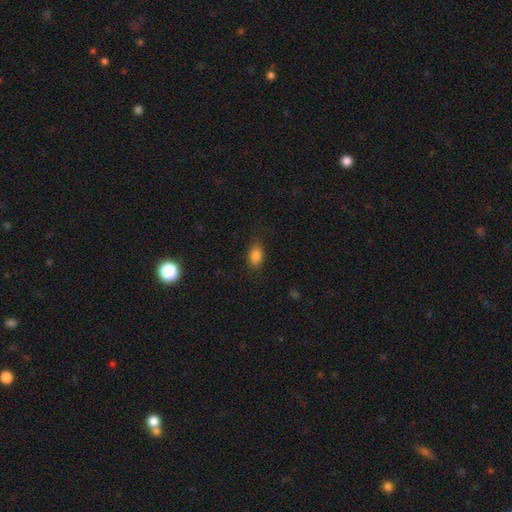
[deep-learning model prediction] Smooth or featured? Predicted: smooth (p=0.85). How rounded? Predicted: in between (p=0.84). Merging? Predicted: none (p=0.84).